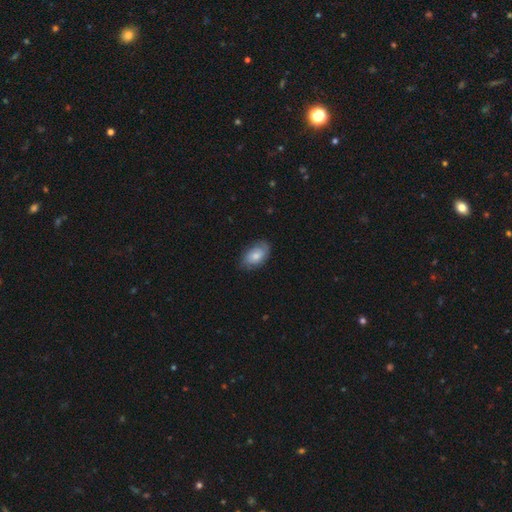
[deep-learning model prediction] smooth 61%, featured or disk 32%, star or artifact 7%. Down the decision tree: how rounded — in between (91%); merging — none (73%).